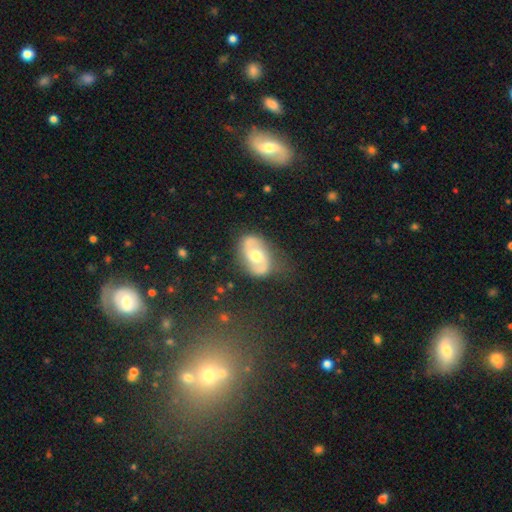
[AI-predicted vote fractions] Overall: featured or disk (71%). Edge-on disk: no (96%). Bar: no (52%; weak 35%). Spiral arms: yes (82%). Spiral arm count: 2 (88%). Spiral winding: medium (44%; loose 36%). Bulge size: moderate (76%). Merging: none (71%).